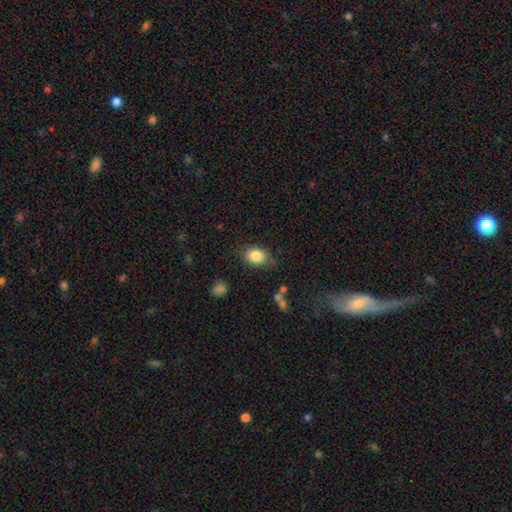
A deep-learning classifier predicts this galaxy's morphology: A smooth galaxy with no disk features (84%) that is in between round and cigar-shaped (64%). Merging: none (70%).